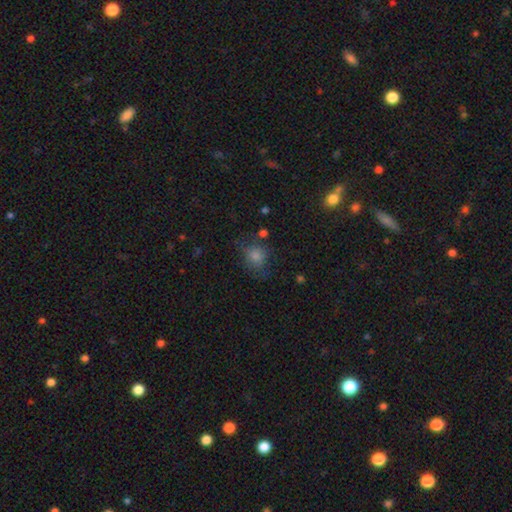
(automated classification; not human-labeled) This is likely a smooth galaxy (69%). How rounded: likely round (74%). Merging: likely none (63%).